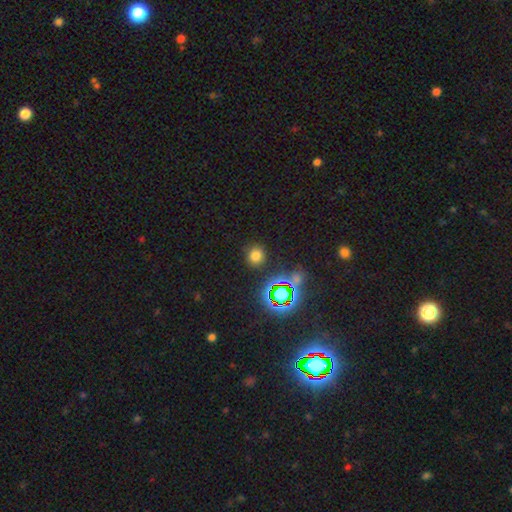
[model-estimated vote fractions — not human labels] Smooth or featured? Predicted: smooth (p=0.71). How rounded? Predicted: round (p=0.85). Merging? Predicted: none (p=0.87).